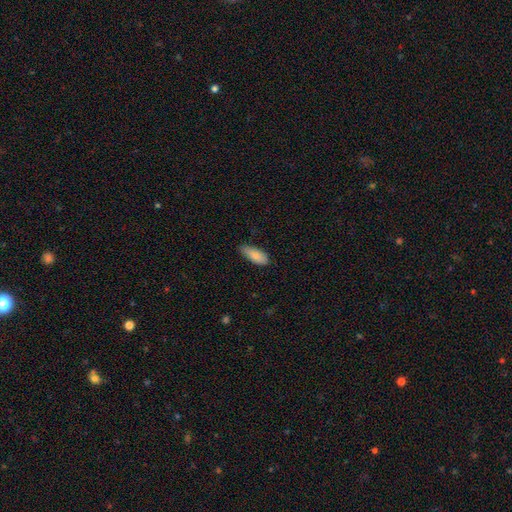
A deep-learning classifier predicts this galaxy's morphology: A smooth galaxy with no disk features (85%) that is in between round and cigar-shaped (81%). Merging: none (71%).